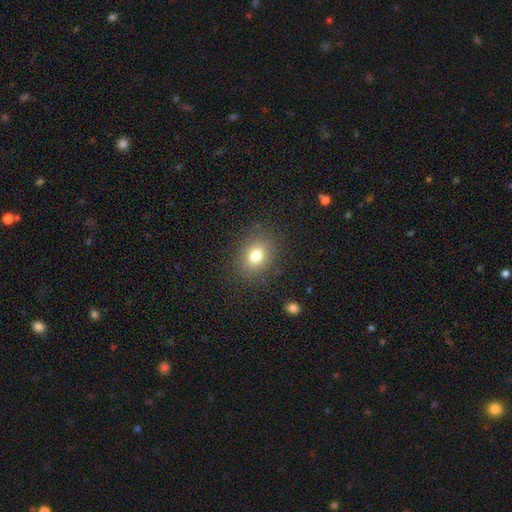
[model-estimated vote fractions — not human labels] A smooth galaxy with no disk features (77%) that is round (55%).

Vote fractions:
- Smooth or featured? smooth: 77% / star or artifact: 13% / featured or disk: 10%
- How rounded? round: 55% / in between: 44% / cigar-shaped: 1%
- Merging? none: 85% / minor disturbance: 9% / major disturbance: 4% / merger: 1%